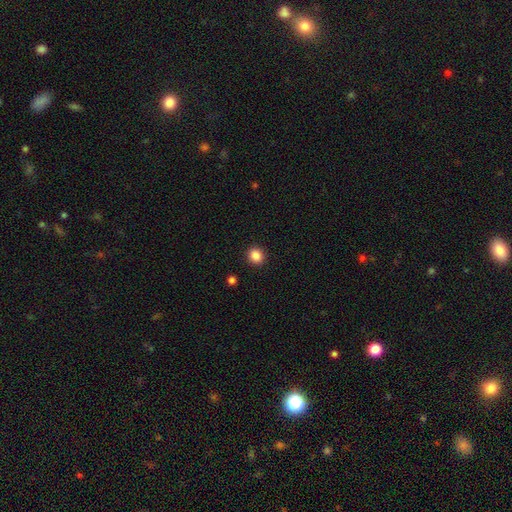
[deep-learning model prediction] smooth-or-featured: smooth: 87% | star or artifact: 10% | featured or disk: 3%
  how-rounded: round: 86% | in between: 13% | cigar-shaped: 1%
  merging: none: 92% | minor disturbance: 5% | major disturbance: 2% | merger: 1%